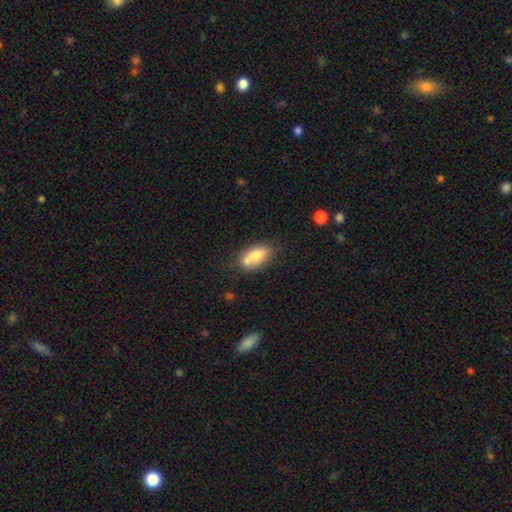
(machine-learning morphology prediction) Smooth or featured? Predicted: smooth (p=0.72). How rounded? Predicted: in between (p=0.86). Merging? Predicted: none (p=0.50).